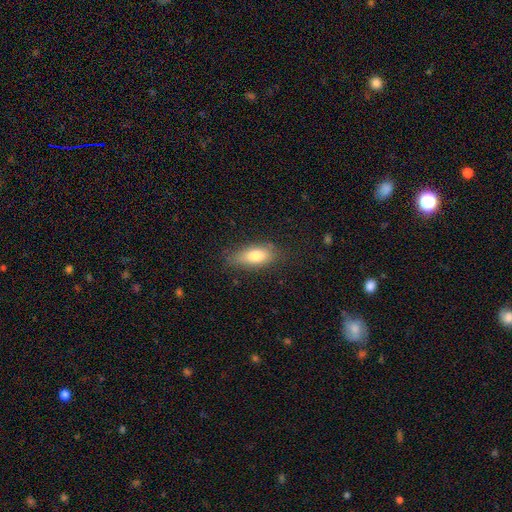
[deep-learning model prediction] Smooth or featured? smooth (75%)
How rounded? in between (78%)
Merging? none (73%)